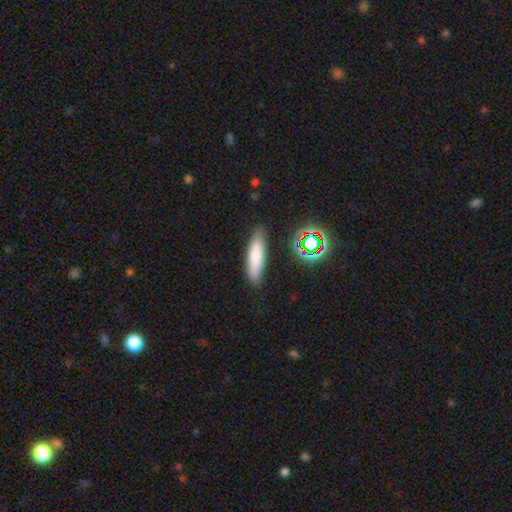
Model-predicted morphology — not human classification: Smooth or featured? smooth (76%)
How rounded? cigar-shaped (69%)
Merging? none (86%)